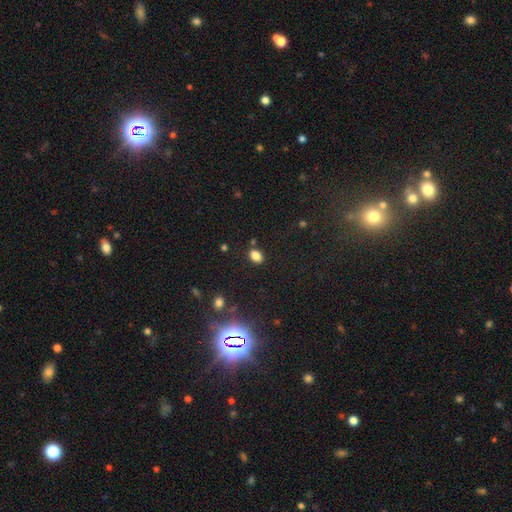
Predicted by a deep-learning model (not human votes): This is clearly a smooth galaxy (82%). How rounded: likely in between (74%). Merging: clearly none (80%).